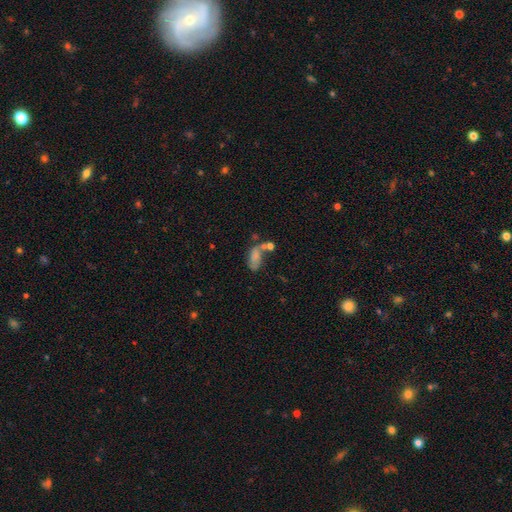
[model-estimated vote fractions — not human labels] smooth_or_featured: smooth (p=0.64) [alt: featured or disk p=0.24]
how_rounded: in between (p=0.85) [alt: cigar-shaped p=0.09]
merging: none (p=0.33) [alt: merger p=0.27]